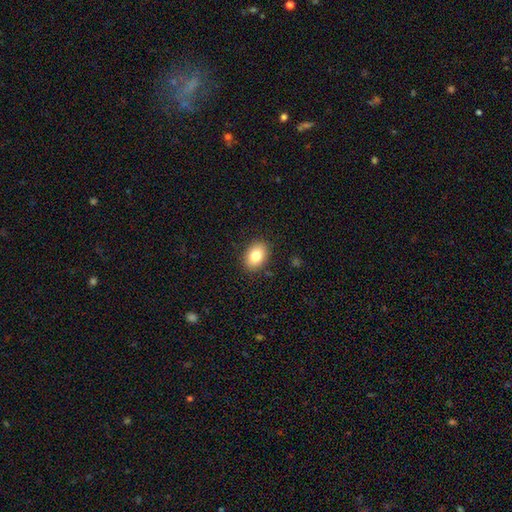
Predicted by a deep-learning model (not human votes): Smooth or featured?
  - smooth: 83% *
  - featured or disk: 9%
  - star or artifact: 8%
How rounded?
  - in between: 77% *
  - round: 22%
  - cigar-shaped: 1%
Merging?
  - none: 88% *
  - minor disturbance: 9%
  - major disturbance: 2%
  - merger: 1%